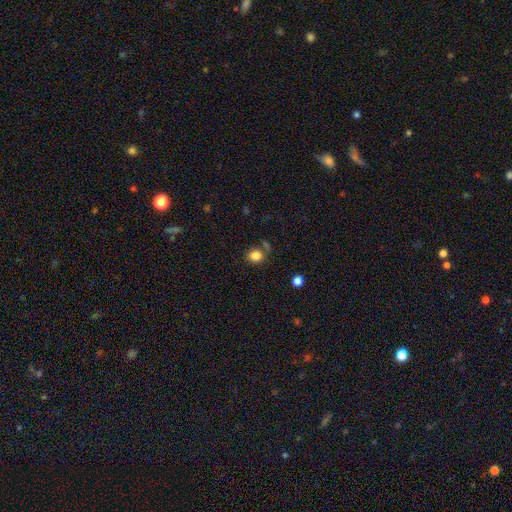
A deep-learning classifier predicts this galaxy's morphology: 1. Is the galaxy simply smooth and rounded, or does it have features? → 83% smooth, 11% star or artifact, 6% featured or disk.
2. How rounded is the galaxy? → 60% round, 39% in between, 1% cigar-shaped.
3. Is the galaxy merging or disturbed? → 71% none, 14% minor disturbance, 10% merger, 5% major disturbance.